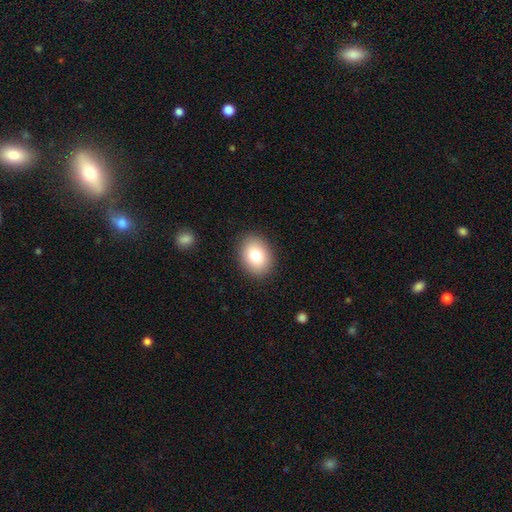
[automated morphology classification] smooth-or-featured: smooth: 80% | featured or disk: 11% | star or artifact: 9%
  how-rounded: in between: 65% | round: 34% | cigar-shaped: 1%
  merging: none: 89% | minor disturbance: 7% | major disturbance: 2% | merger: 1%